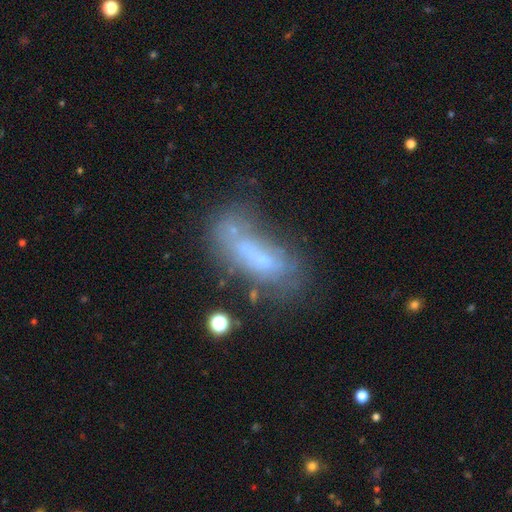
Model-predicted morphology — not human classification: This appears to be a smooth galaxy with no disk features (45%). Merging: none (30%).